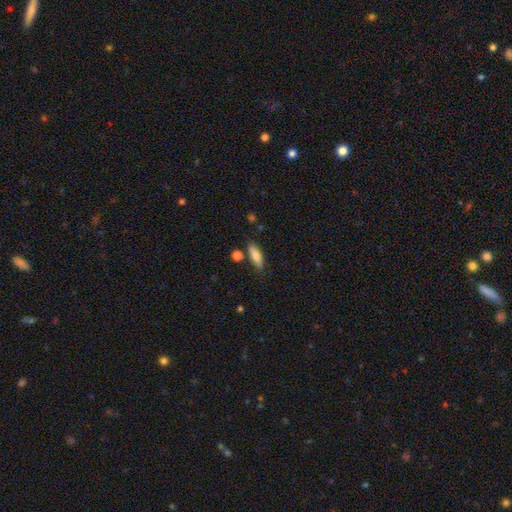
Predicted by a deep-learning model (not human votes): Q: Smooth or featured?
A: smooth (79%); runner-up: featured or disk (14%)
Q: How rounded?
A: cigar-shaped (49%); runner-up: in between (48%)
Q: Merging?
A: none (78%); runner-up: minor disturbance (14%)